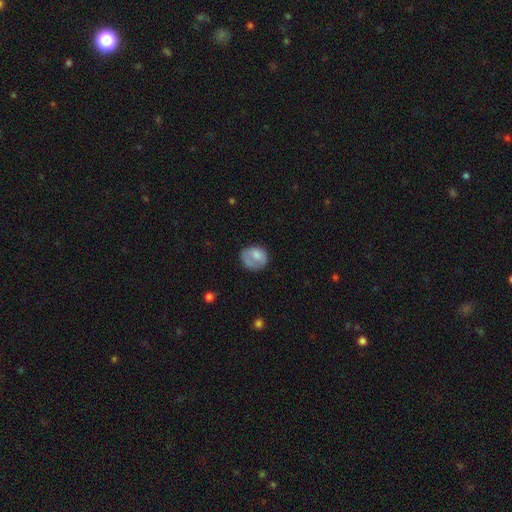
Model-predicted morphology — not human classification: type=smooth (71%); roundness=round (60%); merging=none (50%).